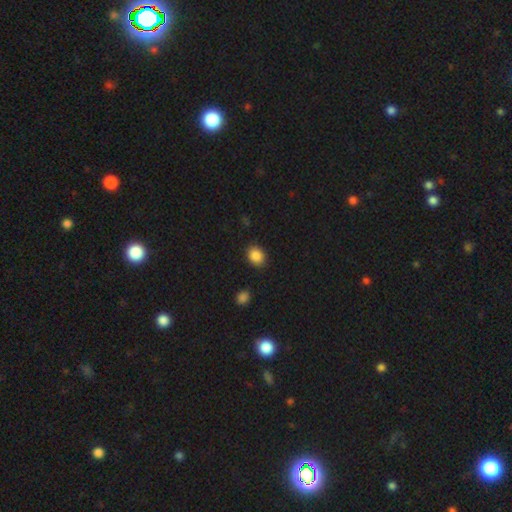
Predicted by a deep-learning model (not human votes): smooth 87%, star or artifact 9%, featured or disk 4%. Down the decision tree: how rounded — in between (51%); merging — none (87%).